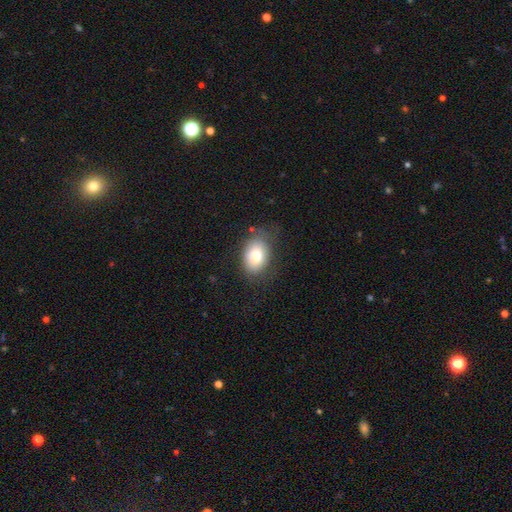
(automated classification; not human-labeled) smooth-or-featured: smooth: 80% | featured or disk: 12% | star or artifact: 8%
  how-rounded: in between: 82% | round: 17% | cigar-shaped: 1%
  merging: none: 71% | minor disturbance: 20% | major disturbance: 7% | merger: 2%